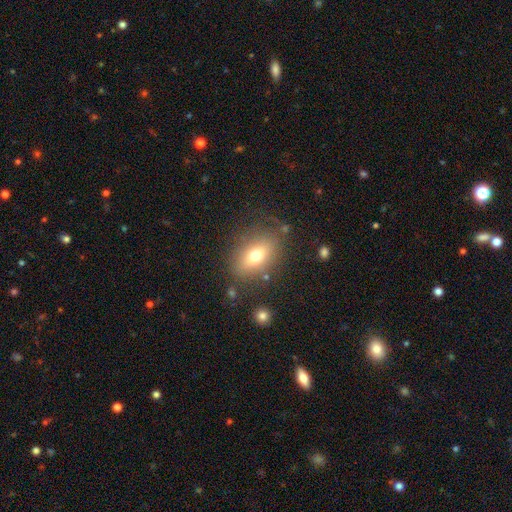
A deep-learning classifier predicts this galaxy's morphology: type=smooth (69%); roundness=in between (78%); merging=none (74%).